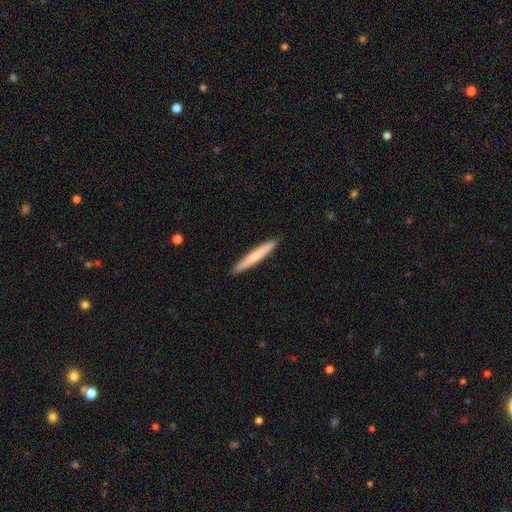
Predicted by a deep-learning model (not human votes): Smooth or featured?
  - smooth: 70% *
  - featured or disk: 25%
  - star or artifact: 5%
How rounded?
  - cigar-shaped: 97% *
  - in between: 2%
  - round: 1%
Merging?
  - none: 93% *
  - minor disturbance: 5%
  - major disturbance: 1%
  - merger: 1%